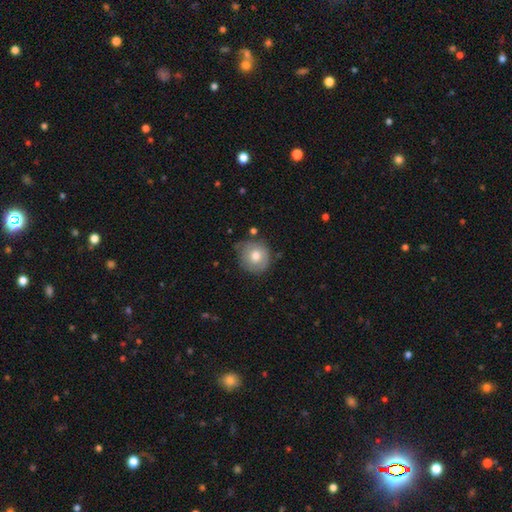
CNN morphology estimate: The model was most divided on "smooth or featured": smooth: 70%, featured or disk: 22%, star or artifact: 8%. More confident: how rounded — round (88%); merging — none (72%).